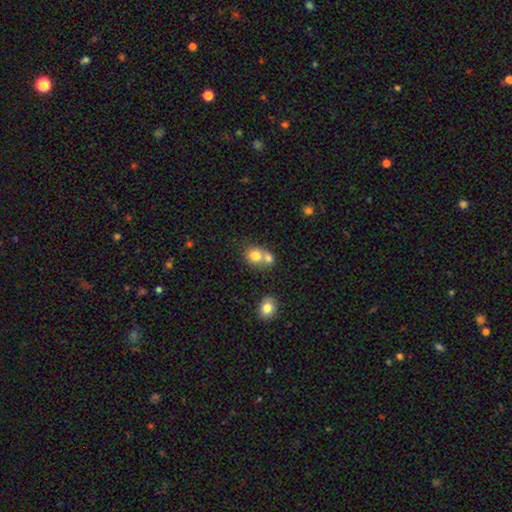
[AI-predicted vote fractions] Overall: smooth (77%). How rounded: round (73%). Merging: merger (54%; none 36%).